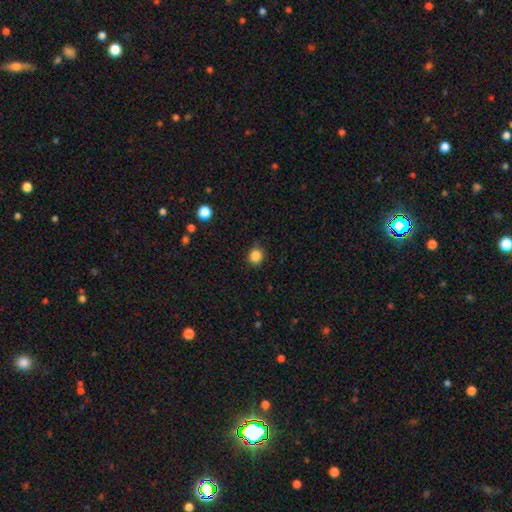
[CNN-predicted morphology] Smooth or featured: smooth — 86% (star or artifact — 11%)
How rounded: round — 79% (in between — 20%)
Merging: none — 84% (minor disturbance — 12%)